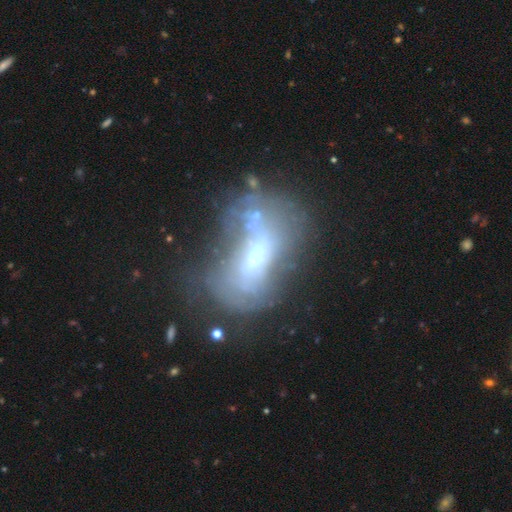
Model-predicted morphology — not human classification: Q: Smooth or featured?
A: featured or disk (58%); runner-up: smooth (29%)
Q: Edge-on disk?
A: no (91%); runner-up: yes (9%)
Q: Bar?
A: no (54%); runner-up: weak (32%)
Q: Spiral arms?
A: no (67%); runner-up: yes (33%)
Q: Bulge size?
A: small (53%); runner-up: moderate (33%)
Q: Merging?
A: none (34%); runner-up: major disturbance (30%)